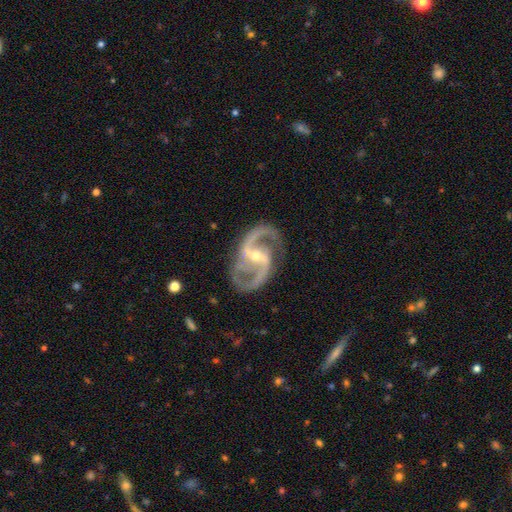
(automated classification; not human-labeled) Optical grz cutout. It shows a featured or disk galaxy (94%) with a strong bar (42%), 2 (93%) medium (57%) spiral arms (98%) and a small central bulge (57%). Merging: none (81%).